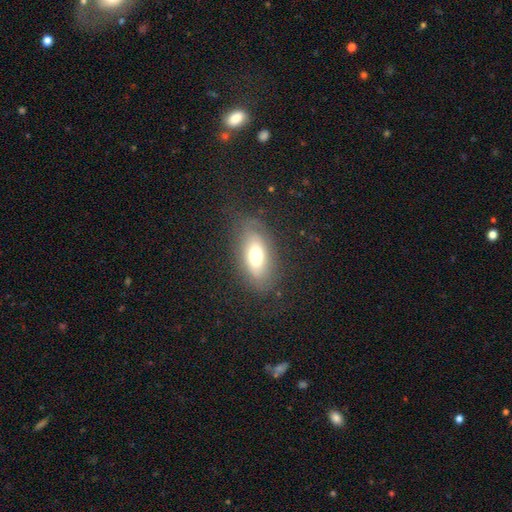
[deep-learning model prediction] Overall: smooth (57%; featured or disk 35%). How rounded: in between (85%). Merging: none (72%).